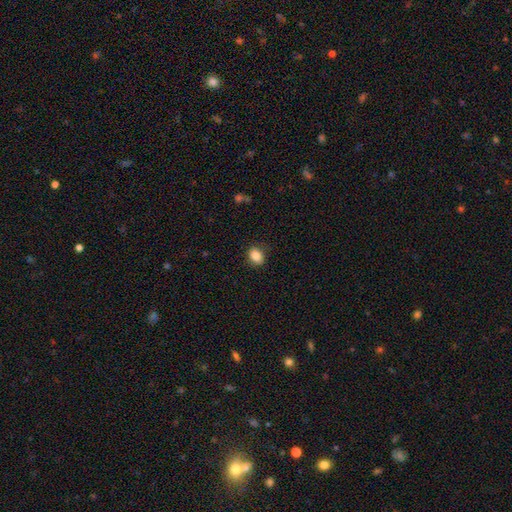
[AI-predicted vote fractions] This is clearly a smooth galaxy (87%). How rounded: likely in between (60%). Merging: clearly none (85%).